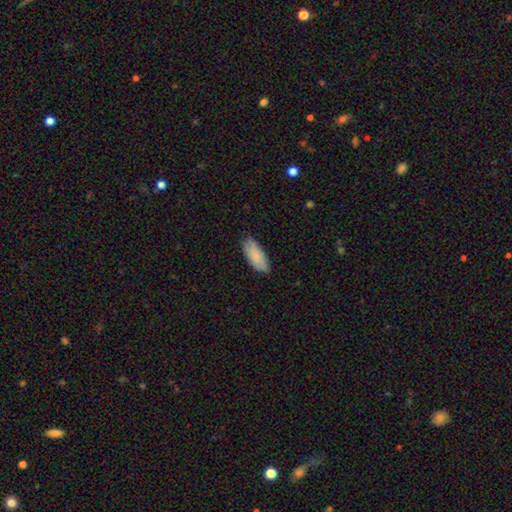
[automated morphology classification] smooth 85%, featured or disk 10%, star or artifact 6%. Down the decision tree: how rounded — in between (83%); merging — none (84%).